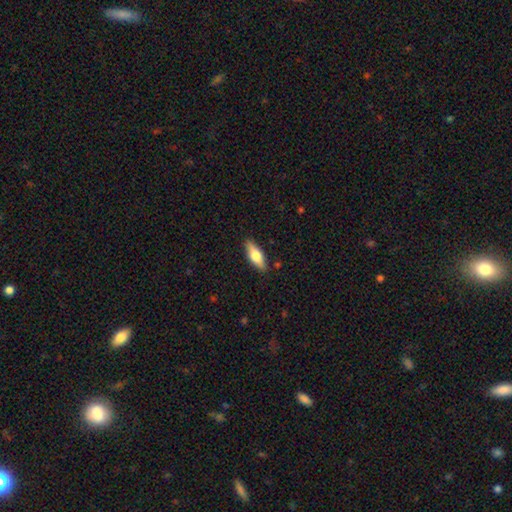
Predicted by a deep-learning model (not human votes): Smooth or featured? Predicted: smooth (p=0.64). How rounded? Predicted: in between (p=0.63). Merging? Predicted: none (p=0.87).